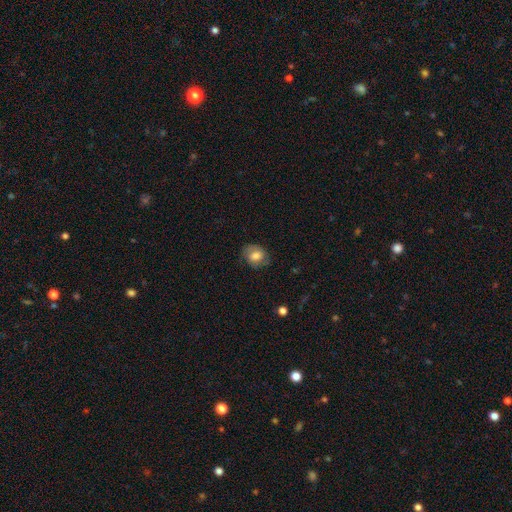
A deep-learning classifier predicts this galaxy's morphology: smooth-or-featured: smooth: 69% | featured or disk: 22% | star or artifact: 9%
  how-rounded: in between: 53% | round: 46% | cigar-shaped: 1%
  merging: none: 71% | minor disturbance: 20% | major disturbance: 7% | merger: 1%